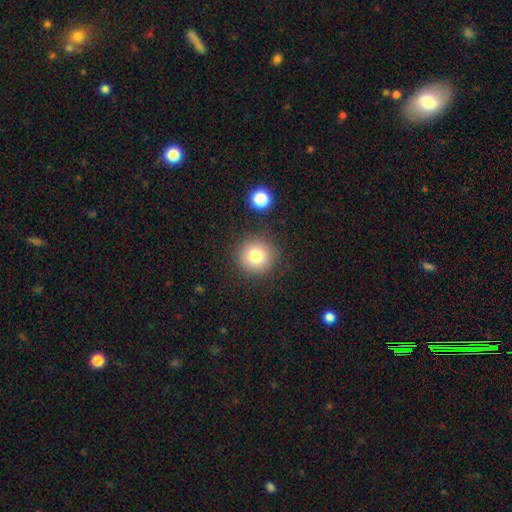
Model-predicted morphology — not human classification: This appears to be a smooth galaxy with no disk features (78%) that is round (95%). Merging: none (89%).